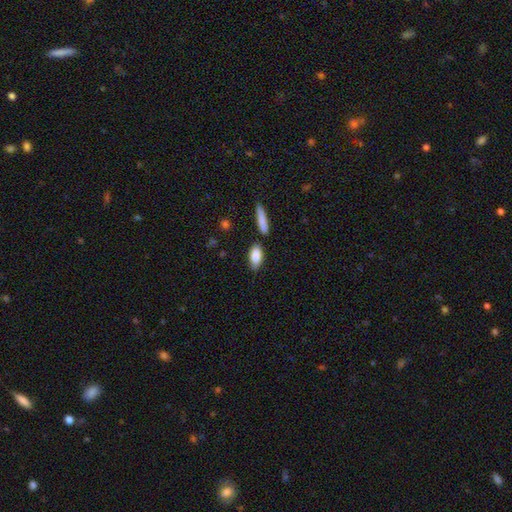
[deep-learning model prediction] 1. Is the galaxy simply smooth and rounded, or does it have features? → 84% smooth, 9% featured or disk, 6% star or artifact.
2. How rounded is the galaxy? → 86% in between, 11% cigar-shaped, 3% round.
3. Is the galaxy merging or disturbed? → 75% none, 14% minor disturbance, 8% merger, 3% major disturbance.